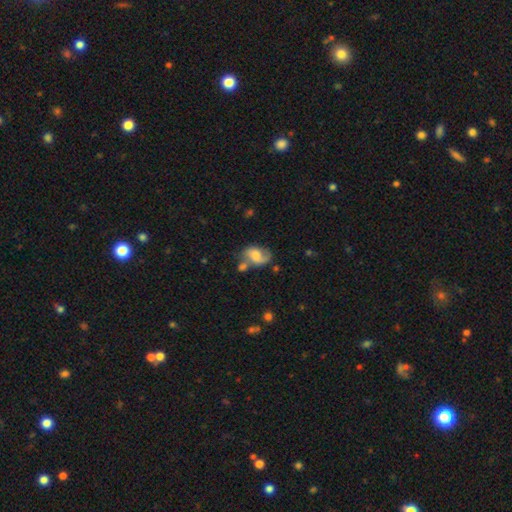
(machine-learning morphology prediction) This appears to be a featured or disk galaxy (50%). Merging: none (43%).